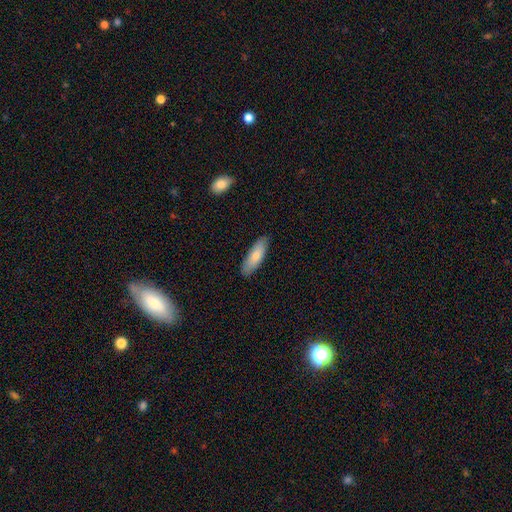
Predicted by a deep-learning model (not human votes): Smooth or featured?
  - smooth: 78% *
  - featured or disk: 16%
  - star or artifact: 6%
How rounded?
  - in between: 54% *
  - cigar-shaped: 44%
  - round: 2%
Merging?
  - none: 86% *
  - minor disturbance: 11%
  - major disturbance: 2%
  - merger: 1%